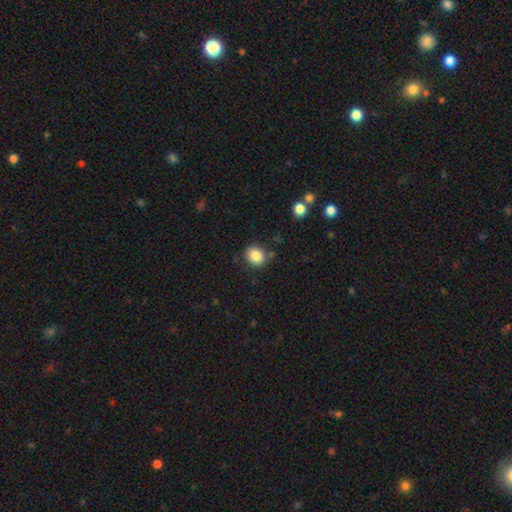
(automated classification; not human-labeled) Smooth or featured? Predicted: smooth (p=0.85). How rounded? Predicted: round (p=0.68). Merging? Predicted: none (p=0.82).